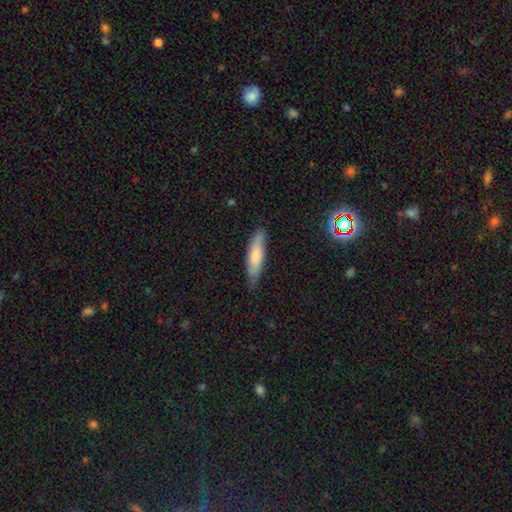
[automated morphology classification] smooth_or_featured: smooth (p=0.74) [alt: featured or disk p=0.19]
how_rounded: cigar-shaped (p=0.68) [alt: in between p=0.31]
merging: none (p=0.78) [alt: minor disturbance p=0.18]